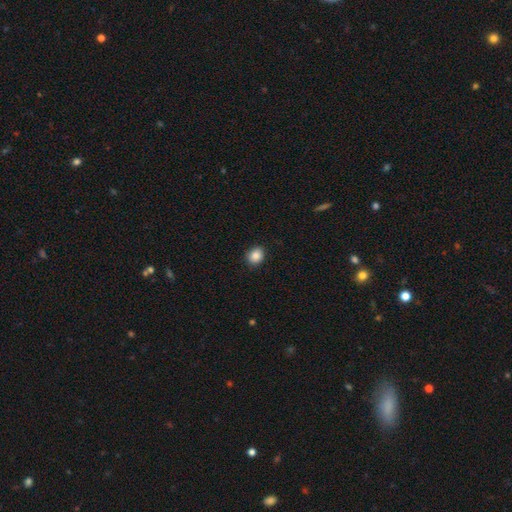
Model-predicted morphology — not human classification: smooth-or-featured: smooth: 87% | star or artifact: 9% | featured or disk: 4%
  how-rounded: round: 65% | in between: 34% | cigar-shaped: 1%
  merging: none: 88% | minor disturbance: 9% | major disturbance: 2% | merger: 1%